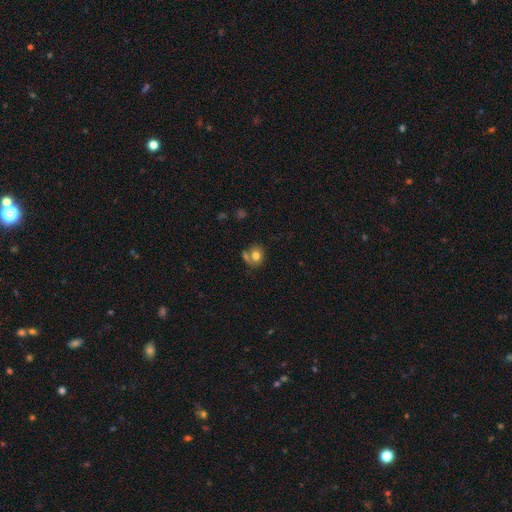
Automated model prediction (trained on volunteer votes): smooth-or-featured: smooth: 74% | featured or disk: 16% | star or artifact: 10%
  how-rounded: round: 69% | in between: 30% | cigar-shaped: 1%
  merging: none: 49% | merger: 27% | minor disturbance: 15% | major disturbance: 8%